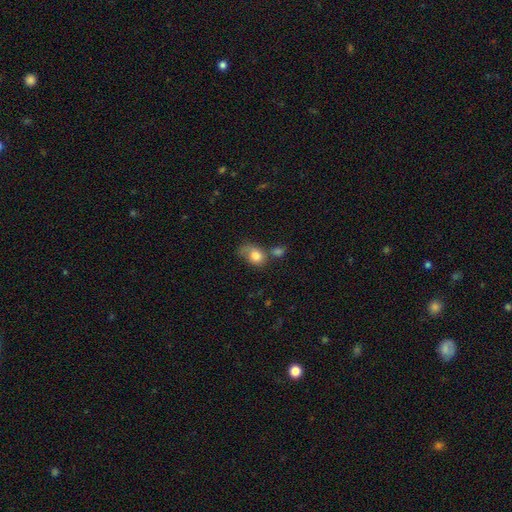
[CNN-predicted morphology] smooth 79%, featured or disk 13%, star or artifact 8%. Down the decision tree: how rounded — in between (58%); merging — merger (29%).